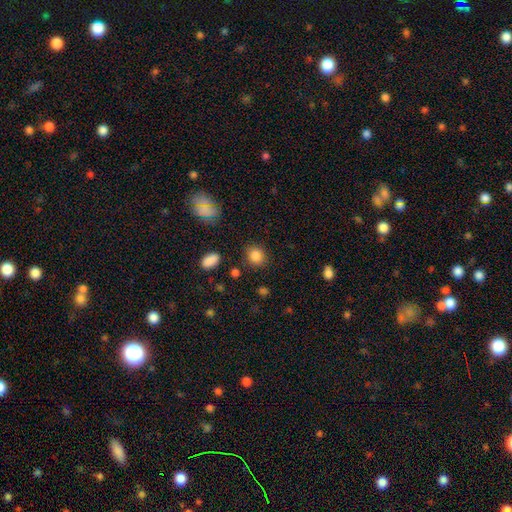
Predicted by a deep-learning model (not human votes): This appears to be a smooth galaxy with no disk features (85%) that is round (77%). Merging: none (84%).